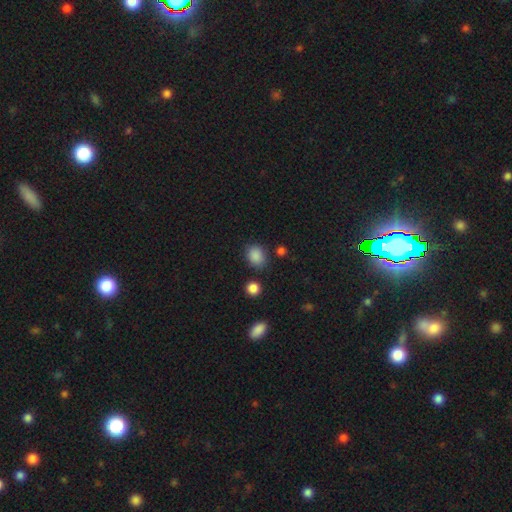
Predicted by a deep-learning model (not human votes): Overall: smooth (86%). How rounded: in between (53%; round 46%). Merging: none (79%).